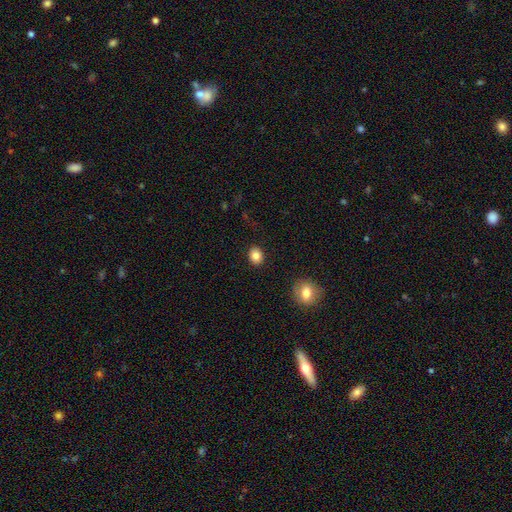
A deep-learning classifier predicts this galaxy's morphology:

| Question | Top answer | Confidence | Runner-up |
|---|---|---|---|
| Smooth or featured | smooth | 84% | star or artifact (10%) |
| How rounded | round | 58% | in between (41%) |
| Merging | none | 89% | minor disturbance (7%) |